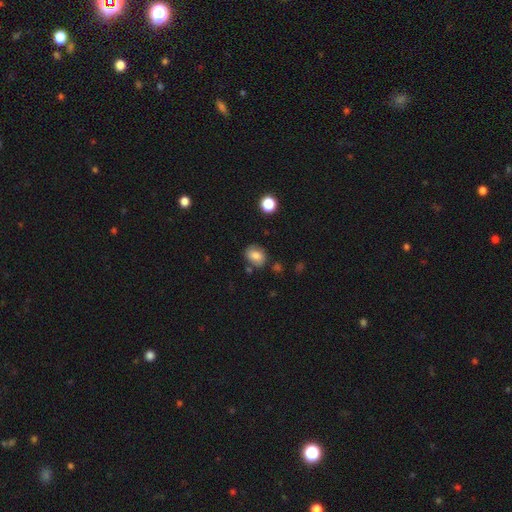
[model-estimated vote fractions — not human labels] The model was most divided on "how rounded": in between: 60%, round: 39%, cigar-shaped: 1%. More confident: smooth or featured — smooth (78%); merging — none (74%).